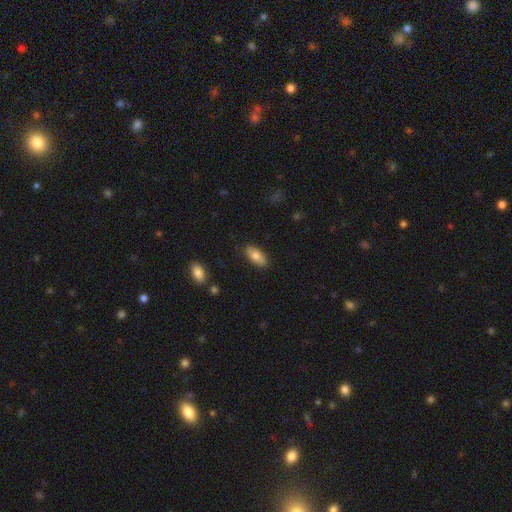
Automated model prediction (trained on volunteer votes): Morphology: type=smooth (78%); roundness=in between (88%); merging=none (87%).